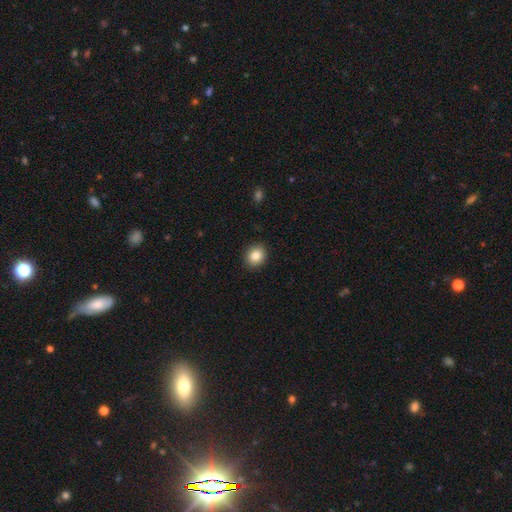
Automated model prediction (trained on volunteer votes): Q: Smooth or featured?
A: smooth (84%); runner-up: star or artifact (9%)
Q: How rounded?
A: round (70%); runner-up: in between (29%)
Q: Merging?
A: none (91%); runner-up: minor disturbance (7%)